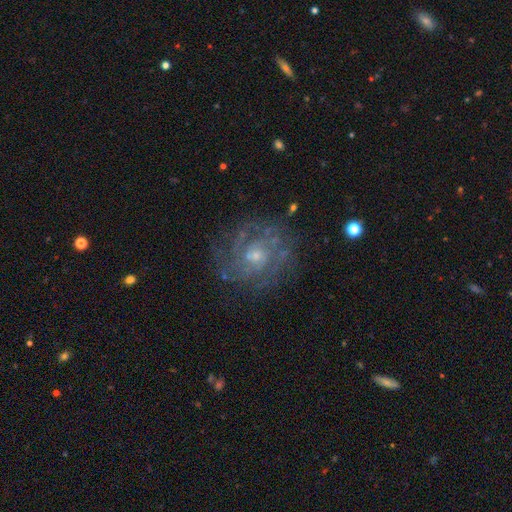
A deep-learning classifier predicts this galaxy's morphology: smooth_or_featured: featured or disk (p=0.81) [alt: smooth p=0.11]
disk_edge_on: no (p=0.98) [alt: yes p=0.02]
bar: no (p=0.75) [alt: weak p=0.22]
has_spiral_arms: yes (p=0.87) [alt: no p=0.13]
spiral_winding: tight (p=0.57) [alt: medium p=0.33]
spiral_arm_count: can't tell (p=0.39) [alt: 2 p=0.18]
bulge_size: small (p=0.65) [alt: moderate p=0.29]
merging: none (p=0.74) [alt: minor disturbance p=0.15]